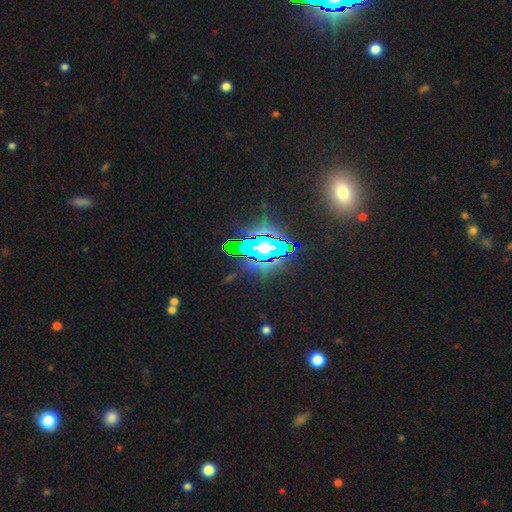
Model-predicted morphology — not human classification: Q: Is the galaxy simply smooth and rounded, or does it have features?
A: star or artifact — 65%.